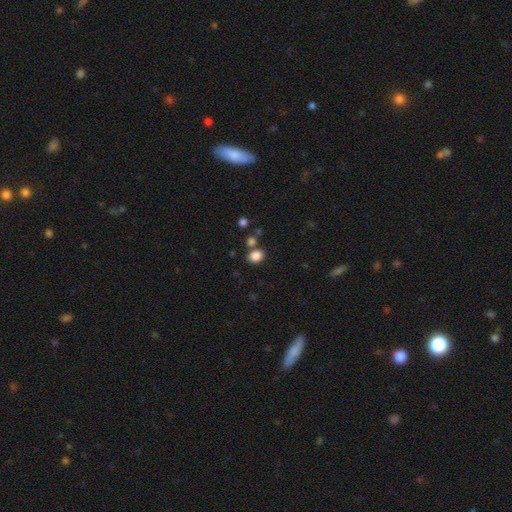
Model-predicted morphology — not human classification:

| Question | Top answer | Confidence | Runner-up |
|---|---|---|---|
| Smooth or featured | smooth | 85% | star or artifact (10%) |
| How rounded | in between | 57% | round (42%) |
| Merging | none | 71% | merger (15%) |